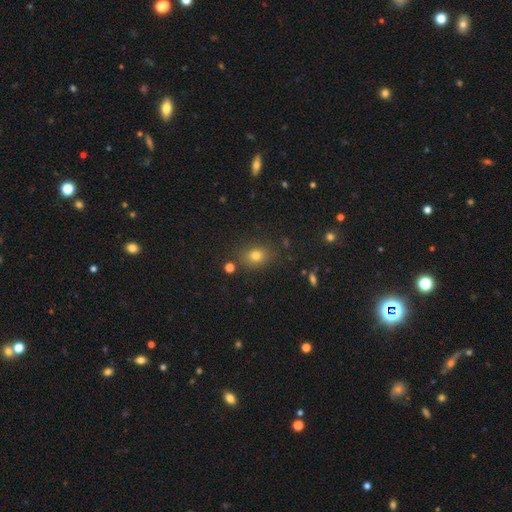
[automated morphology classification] Smooth or featured? smooth (77%)
How rounded? in between (51%)
Merging? none (82%)